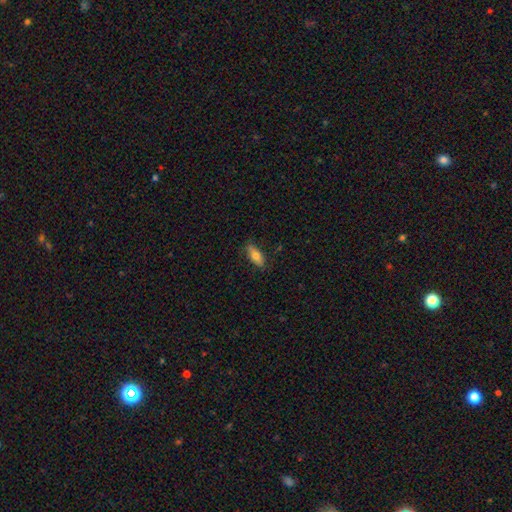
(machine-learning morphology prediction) smooth-or-featured: smooth: 72% | featured or disk: 21% | star or artifact: 7%
  how-rounded: in between: 71% | cigar-shaped: 26% | round: 3%
  merging: none: 82% | minor disturbance: 14% | major disturbance: 3% | merger: 1%